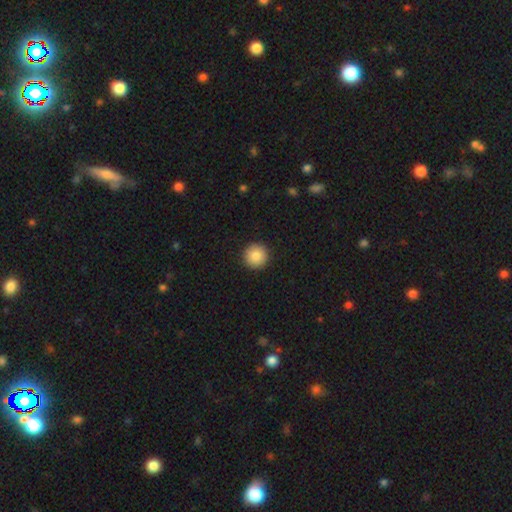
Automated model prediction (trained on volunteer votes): Smooth or featured: smooth — 87% (star or artifact — 8%)
How rounded: round — 96% (in between — 3%)
Merging: none — 93% (minor disturbance — 5%)